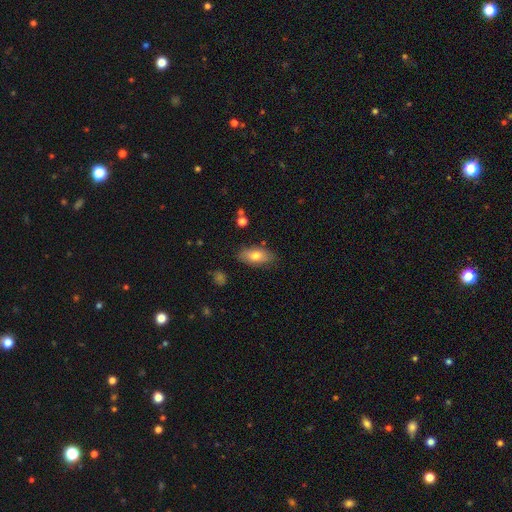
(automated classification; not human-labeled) Morphology: type=smooth (76%); roundness=in between (87%); merging=none (82%).